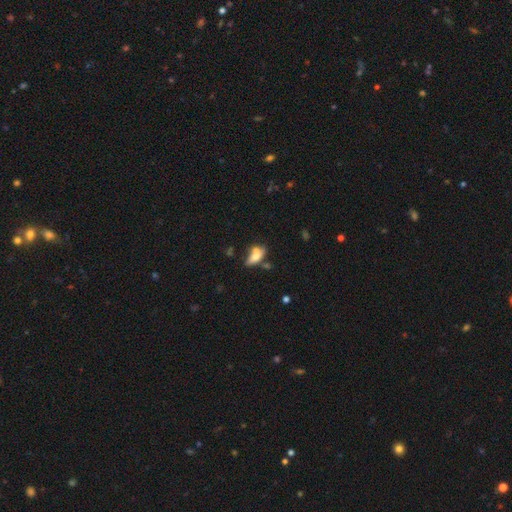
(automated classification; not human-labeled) The model was most divided on "merging": none: 34%, merger: 27%, minor disturbance: 24%, major disturbance: 16%. More confident: how rounded — in between (80%); smooth or featured — smooth (60%).